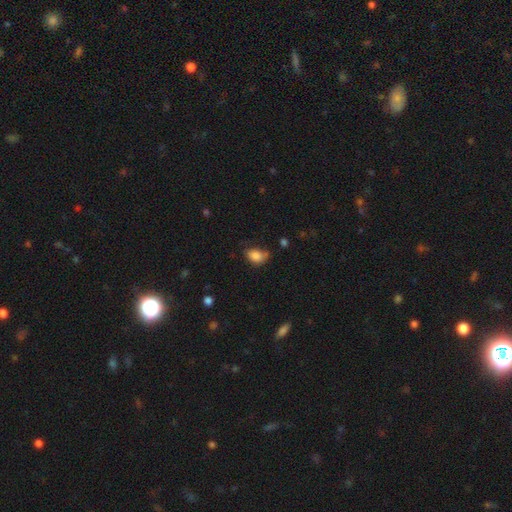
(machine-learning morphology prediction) This is clearly a smooth galaxy (84%). How rounded: likely in between (78%). Merging: possibly none (47%).